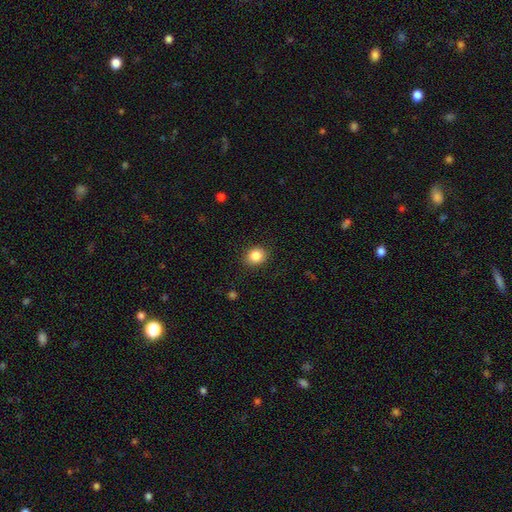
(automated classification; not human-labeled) A smooth galaxy with no disk features (85%) that is round (66%).

Vote fractions:
- Smooth or featured? smooth: 85% / star or artifact: 10% / featured or disk: 5%
- How rounded? round: 66% / in between: 33% / cigar-shaped: 1%
- Merging? none: 88% / minor disturbance: 8% / major disturbance: 3% / merger: 1%